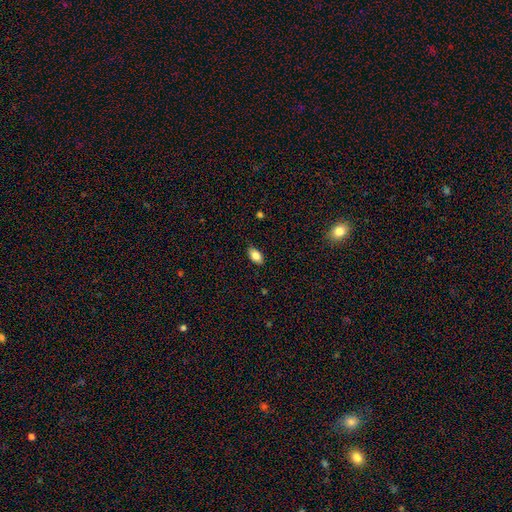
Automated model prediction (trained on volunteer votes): A smooth galaxy with no disk features (83%) that is in between round and cigar-shaped (90%). Merging: none (84%).